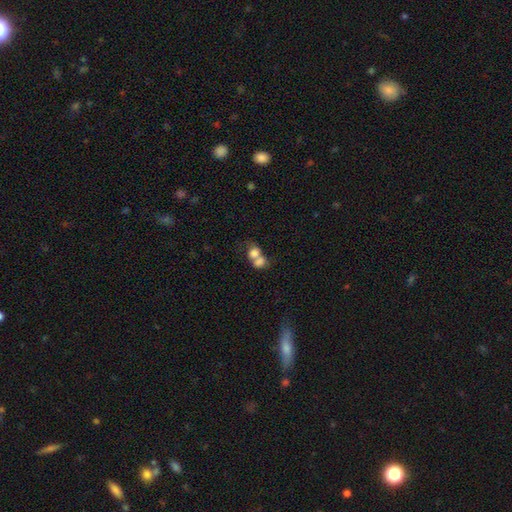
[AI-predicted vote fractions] smooth 73%, featured or disk 17%, star or artifact 10%. Down the decision tree: how rounded — in between (55%); merging — merger (71%).